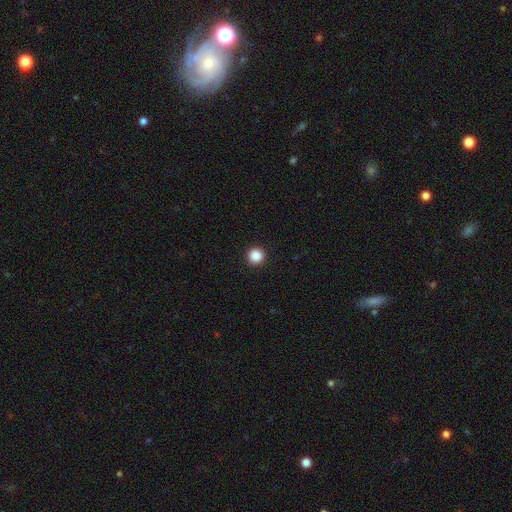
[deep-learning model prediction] This appears to be a smooth galaxy with no disk features (88%) that is round (96%). Merging: none (94%).